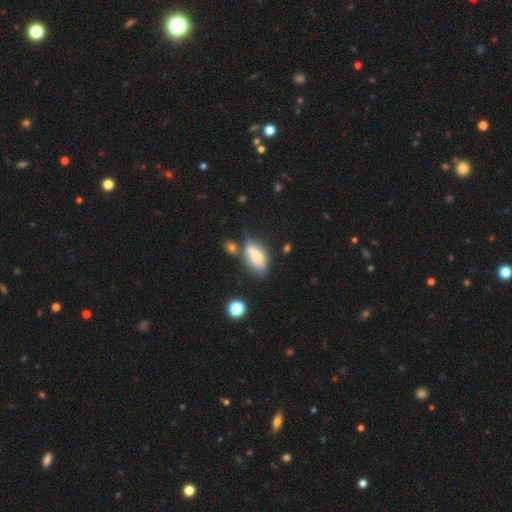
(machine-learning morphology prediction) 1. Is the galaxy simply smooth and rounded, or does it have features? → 67% smooth, 25% featured or disk, 8% star or artifact.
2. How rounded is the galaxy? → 84% in between, 12% cigar-shaped, 4% round.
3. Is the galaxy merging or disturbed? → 50% none, 25% minor disturbance, 15% merger, 9% major disturbance.